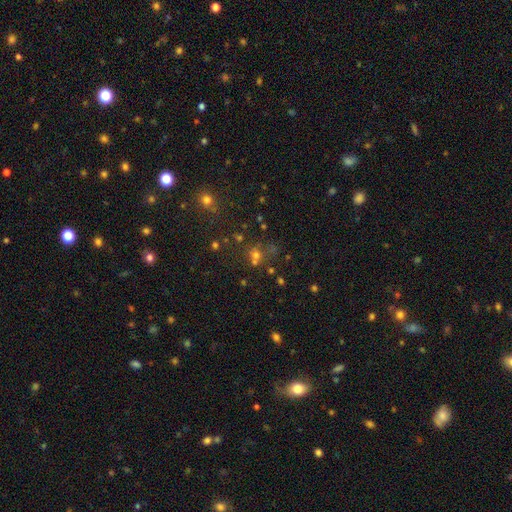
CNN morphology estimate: smooth 54%, star or artifact 32%, featured or disk 14%. Down the decision tree: how rounded — round (77%); merging — none (46%).